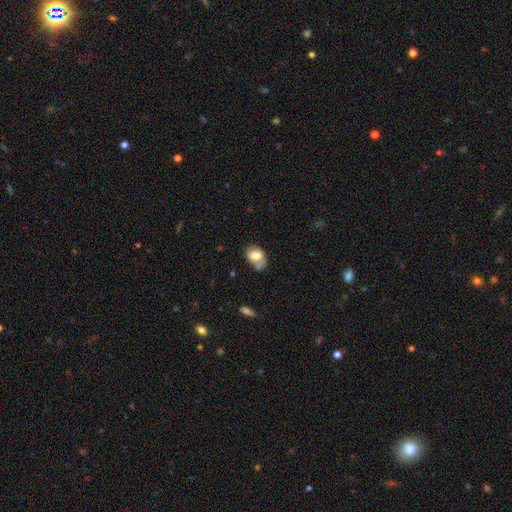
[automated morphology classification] Overall: smooth (73%). How rounded: in between (75%). Merging: none (39%; minor disturbance 28%).